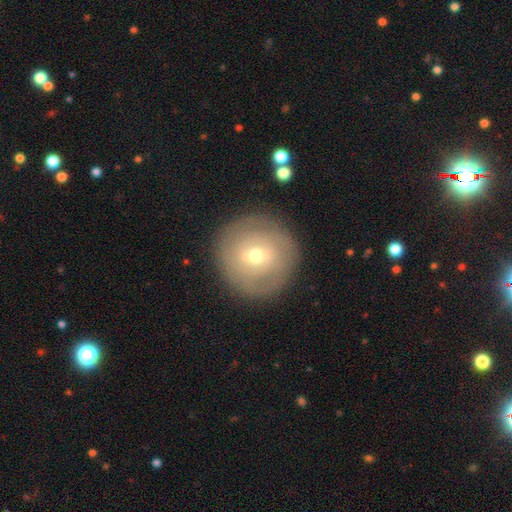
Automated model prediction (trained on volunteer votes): Smooth or featured? Predicted: smooth (p=0.48). Merging? Predicted: none (p=0.87).